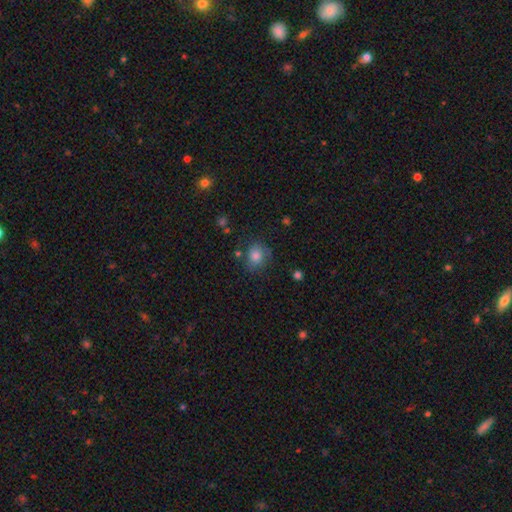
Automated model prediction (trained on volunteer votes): A smooth galaxy with no disk features (79%) that is round (69%).

Vote fractions:
- Smooth or featured? smooth: 79% / star or artifact: 11% / featured or disk: 10%
- How rounded? round: 69% / in between: 30% / cigar-shaped: 1%
- Merging? none: 69% / minor disturbance: 20% / major disturbance: 6% / merger: 4%